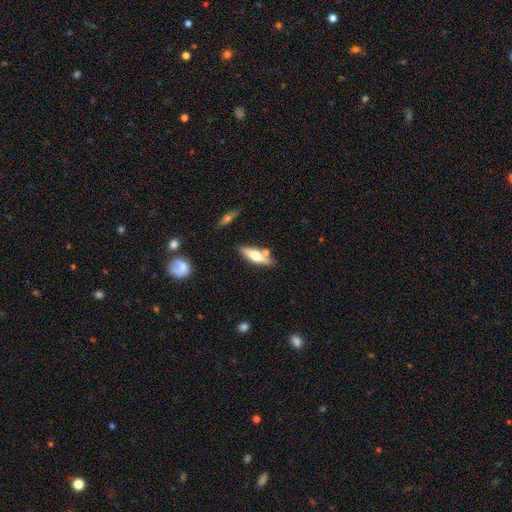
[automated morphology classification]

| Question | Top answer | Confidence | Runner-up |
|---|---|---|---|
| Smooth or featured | smooth | 55% | featured or disk (38%) |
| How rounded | cigar-shaped | 54% | in between (43%) |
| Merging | none | 71% | minor disturbance (14%) |